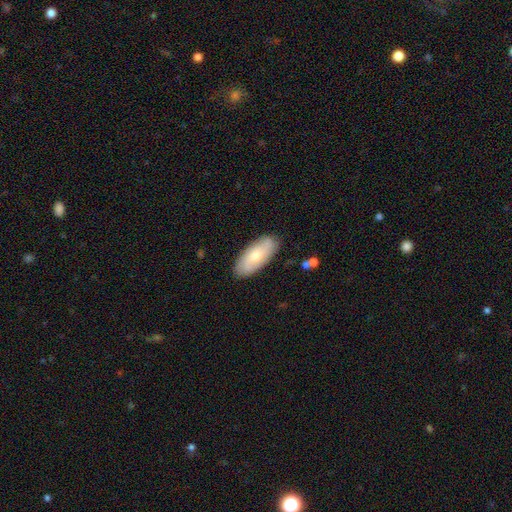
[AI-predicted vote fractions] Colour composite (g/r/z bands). It shows a smooth galaxy with no disk features (60%) that is in between round and cigar-shaped (84%). Merging: none (85%).